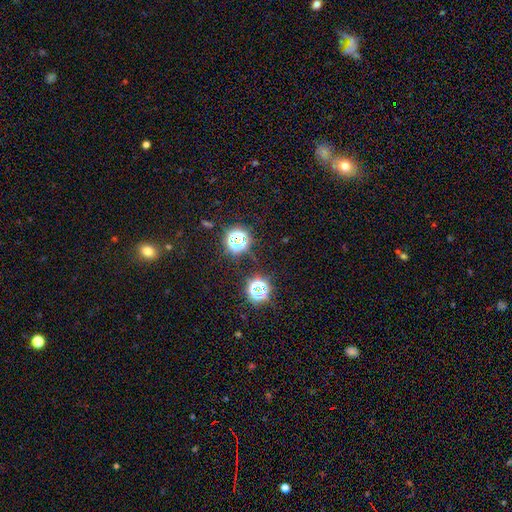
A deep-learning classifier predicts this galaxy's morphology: Smooth or featured: star or artifact — 69% (smooth — 22%)